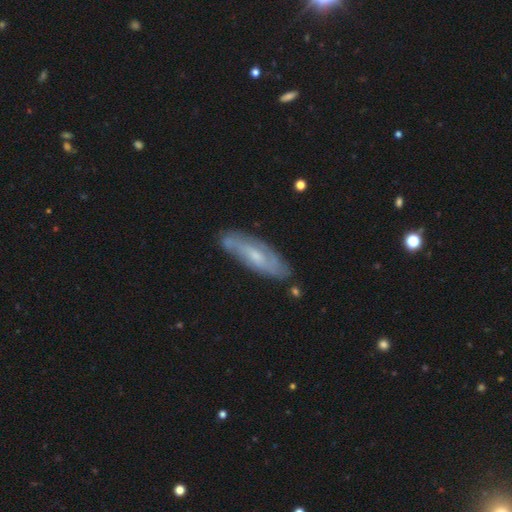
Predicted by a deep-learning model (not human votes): Smooth or featured?
  - featured or disk: 67% *
  - smooth: 27%
  - star or artifact: 7%
Edge-on disk?
  - no: 76% *
  - yes: 24%
Bar?
  - no: 48% *
  - weak: 44%
  - strong: 9%
Spiral arms?
  - yes: 84% *
  - no: 16%
Bulge size?
  - small: 56% *
  - moderate: 35%
  - none: 6%
  - large: 2%
  - dominant: 1%
Merging?
  - none: 78% *
  - minor disturbance: 16%
  - major disturbance: 3%
  - merger: 3%